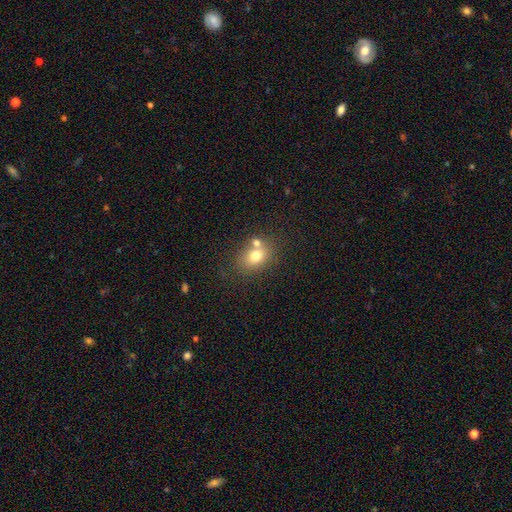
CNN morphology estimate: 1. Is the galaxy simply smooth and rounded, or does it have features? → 74% smooth, 15% featured or disk, 12% star or artifact.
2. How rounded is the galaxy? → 59% in between, 40% round, 1% cigar-shaped.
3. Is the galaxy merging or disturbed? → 56% none, 29% merger, 12% minor disturbance, 4% major disturbance.